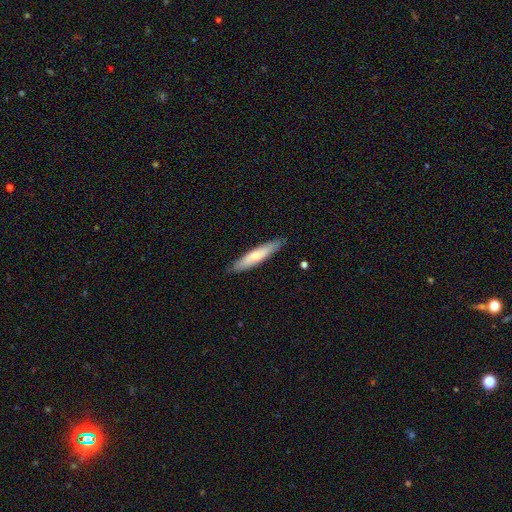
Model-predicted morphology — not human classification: The model was most divided on "smooth or featured": smooth: 65%, featured or disk: 30%, star or artifact: 5%. More confident: merging — none (87%); how rounded — cigar-shaped (86%).